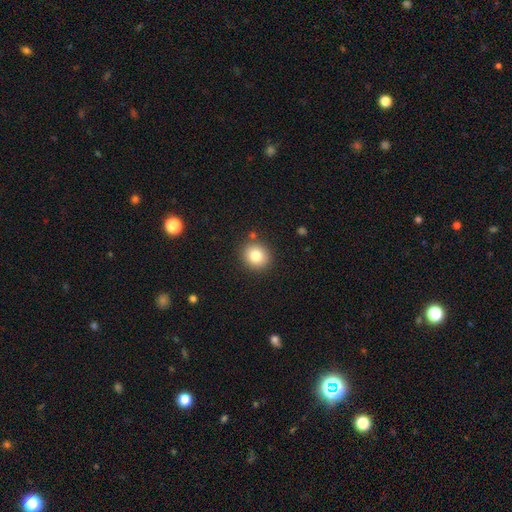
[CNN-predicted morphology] Smooth or featured: smooth — 80% (star or artifact — 11%)
How rounded: round — 85% (in between — 15%)
Merging: none — 86% (minor disturbance — 8%)